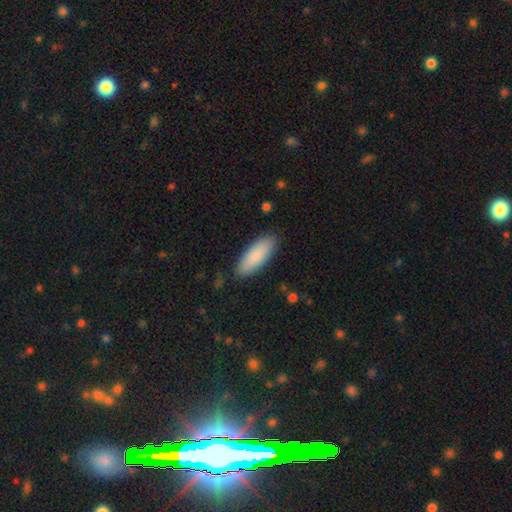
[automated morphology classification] Smooth or featured? Predicted: smooth (p=0.86). How rounded? Predicted: in between (p=0.66). Merging? Predicted: none (p=0.87).